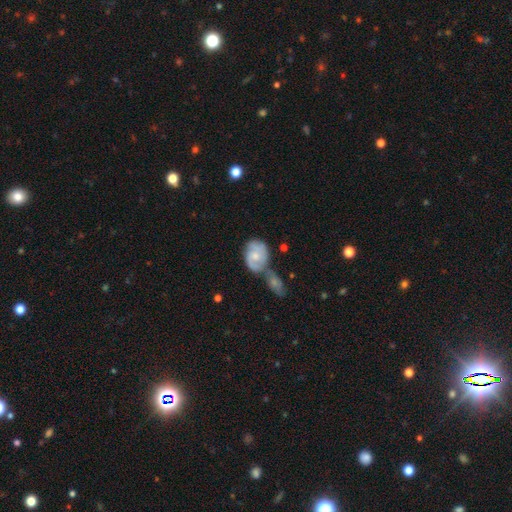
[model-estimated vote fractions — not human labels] featured or disk 65%, smooth 29%, star or artifact 6%. Down the decision tree: edge-on disk — no (97%); bar — no (63%); spiral arms — yes (88%); spiral arm count — 2 (69%); spiral winding — medium (45%); bulge size — moderate (47%); merging — merger (47%).